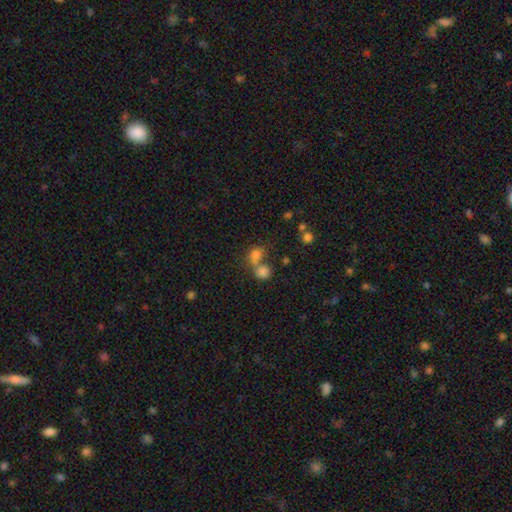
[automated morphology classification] The model was most divided on "merging": merger: 53%, none: 35%, minor disturbance: 7%, major disturbance: 5%. More confident: smooth or featured — smooth (71%); how rounded — round (58%).